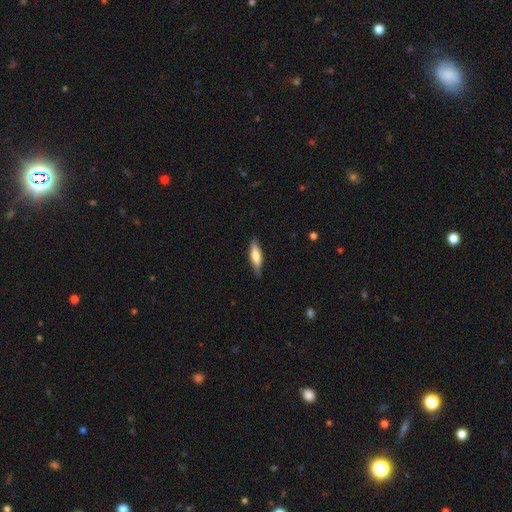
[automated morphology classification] type=smooth (68%); roundness=cigar-shaped (67%); merging=none (81%).